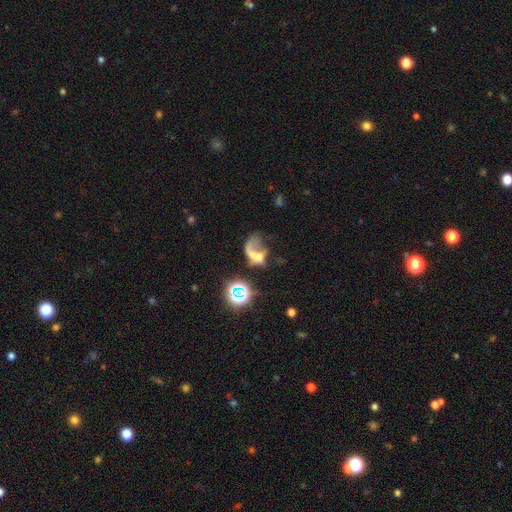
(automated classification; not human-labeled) Q: Smooth or featured?
A: featured or disk (43%); runner-up: smooth (34%)
Q: Merging?
A: merger (39%); runner-up: major disturbance (34%)